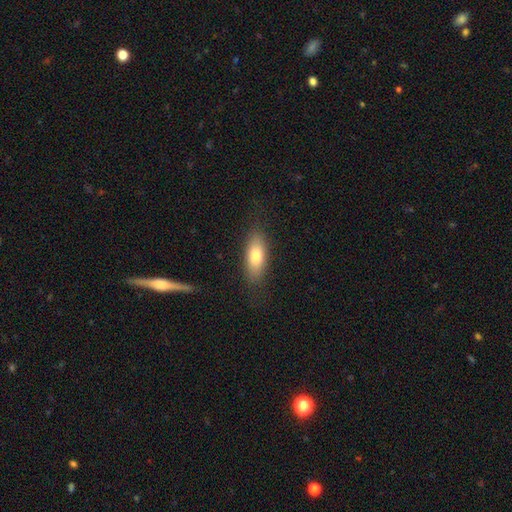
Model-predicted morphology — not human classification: A smooth galaxy with no disk features (76%) that is in between round and cigar-shaped (78%).

Vote fractions:
- Smooth or featured? smooth: 76% / featured or disk: 17% / star or artifact: 7%
- How rounded? in between: 78% / cigar-shaped: 18% / round: 4%
- Merging? none: 83% / minor disturbance: 12% / major disturbance: 4% / merger: 1%